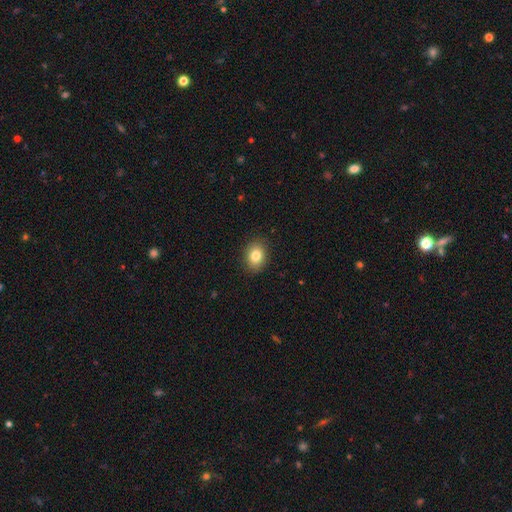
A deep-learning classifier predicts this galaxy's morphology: Smooth or featured? smooth (83%)
How rounded? in between (61%)
Merging? none (88%)